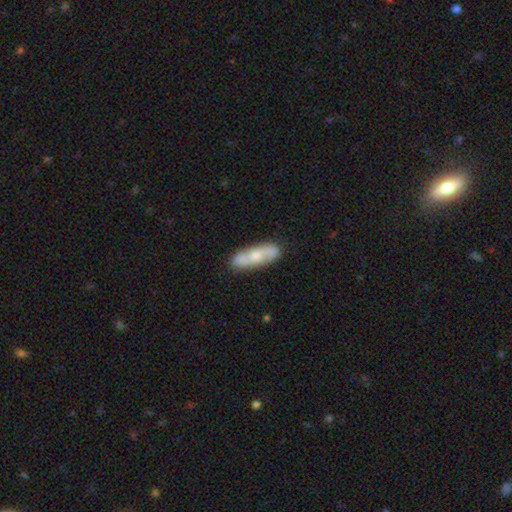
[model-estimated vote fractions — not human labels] The model was most divided on "smooth or featured": smooth: 48%, featured or disk: 46%, star or artifact: 5%. More confident: merging — none (83%).